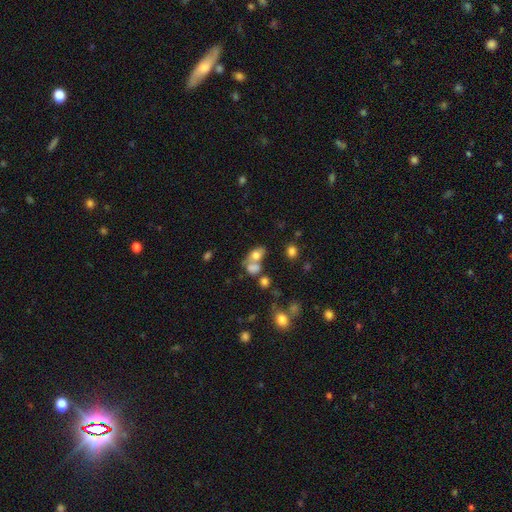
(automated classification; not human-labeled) Overall: smooth (69%). How rounded: in between (71%). Merging: merger (51%; none 29%).